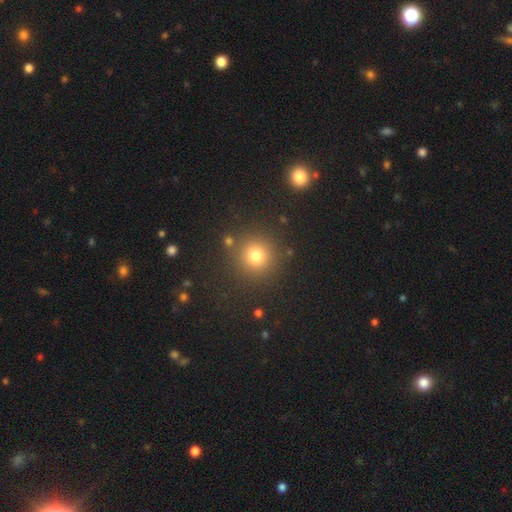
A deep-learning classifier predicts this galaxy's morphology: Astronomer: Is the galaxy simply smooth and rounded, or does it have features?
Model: smooth — 75%.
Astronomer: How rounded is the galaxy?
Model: round — 93%.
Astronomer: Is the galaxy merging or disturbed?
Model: none — 86%.